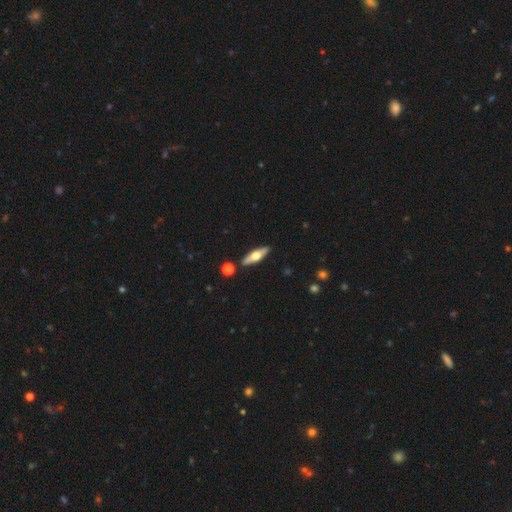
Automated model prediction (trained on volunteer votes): Smooth or featured: featured or disk — 51% (smooth — 43%)
Edge-on disk: yes — 90% (no — 10%)
Merging: none — 87% (minor disturbance — 8%)